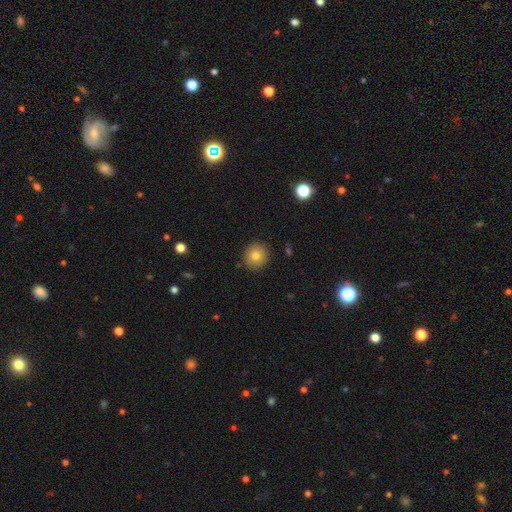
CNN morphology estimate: This appears to be a smooth galaxy with no disk features (80%) that is round (89%). Merging: none (90%).